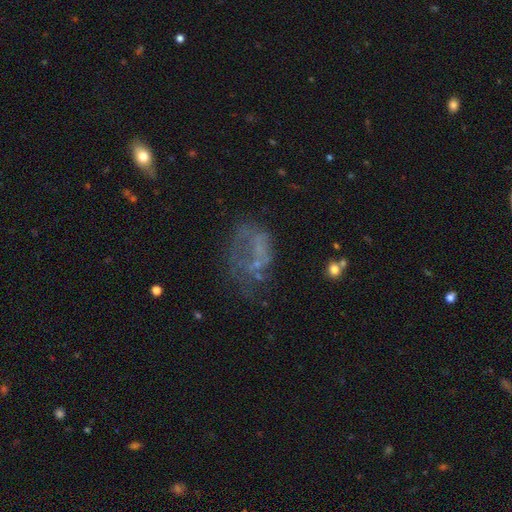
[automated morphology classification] A featured or disk galaxy (47%).

Vote fractions:
- Smooth or featured? featured or disk: 47% / smooth: 27% / star or artifact: 26%
- Merging? none: 39% / major disturbance: 35% / minor disturbance: 20% / merger: 6%